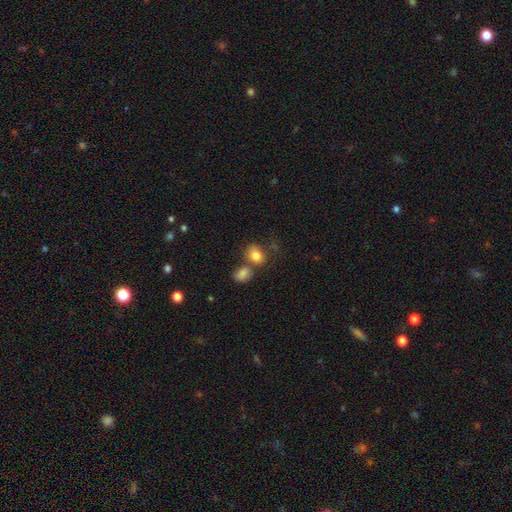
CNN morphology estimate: smooth 82%, star or artifact 10%, featured or disk 8%. Down the decision tree: how rounded — round (51%); merging — none (49%).